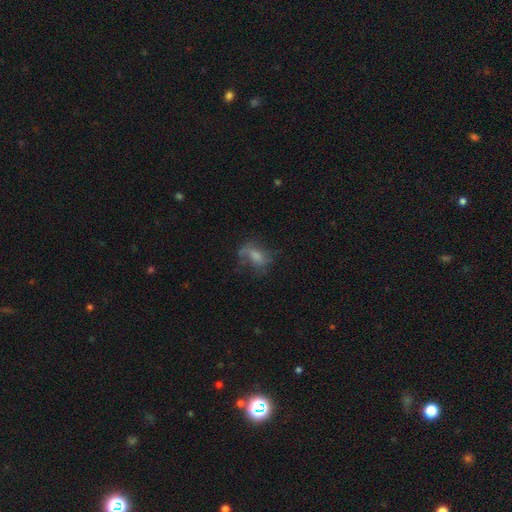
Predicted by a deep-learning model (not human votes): smooth-or-featured: featured or disk: 45% | smooth: 44% | star or artifact: 12%
  merging: none: 45% | major disturbance: 28% | minor disturbance: 24% | merger: 3%